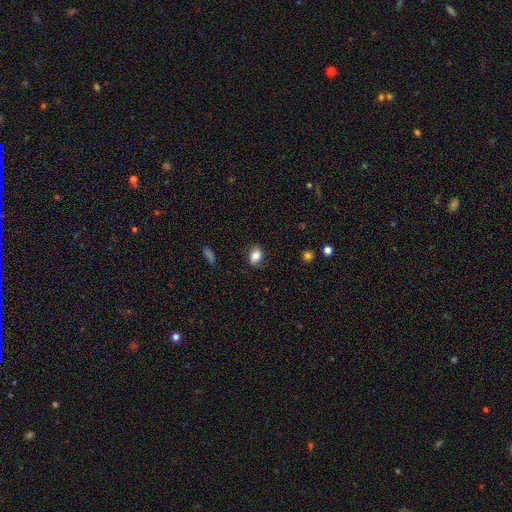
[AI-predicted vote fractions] Smooth or featured? Predicted: smooth (p=0.83). How rounded? Predicted: in between (p=0.70). Merging? Predicted: none (p=0.82).